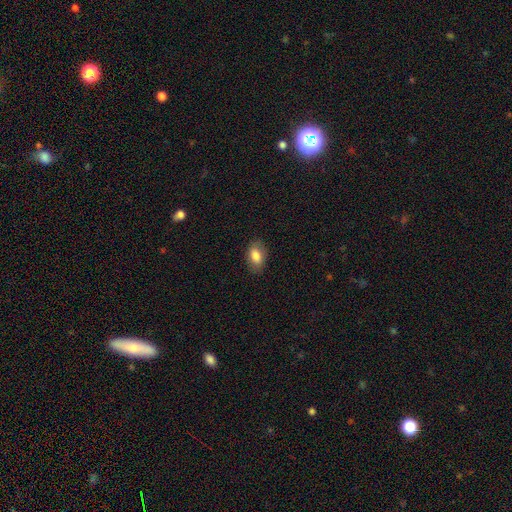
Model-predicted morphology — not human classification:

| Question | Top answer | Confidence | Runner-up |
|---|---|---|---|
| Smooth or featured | smooth | 82% | featured or disk (11%) |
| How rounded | in between | 90% | round (8%) |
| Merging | none | 84% | minor disturbance (12%) |